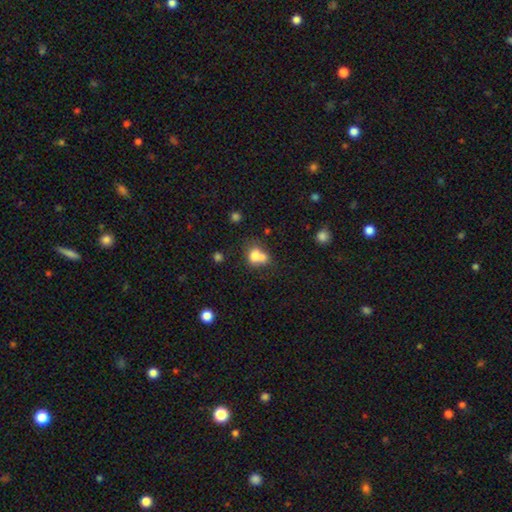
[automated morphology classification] type=smooth (72%); roundness=round (50%); merging=merger (54%).